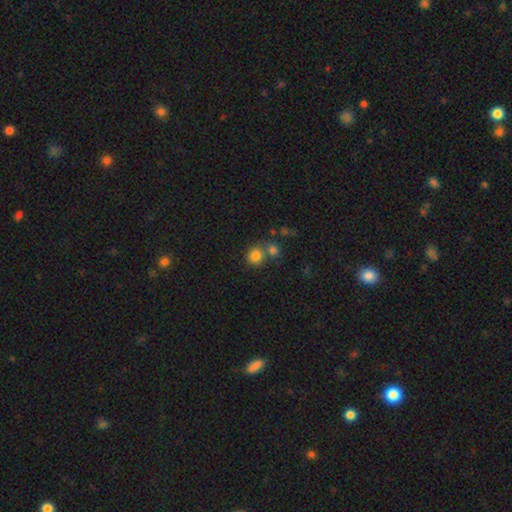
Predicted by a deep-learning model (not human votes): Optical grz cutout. It shows a smooth galaxy with no disk features (82%) that is round (84%). Merging: none (56%).